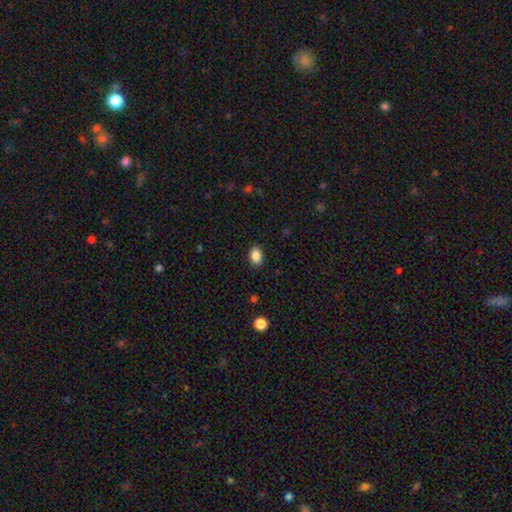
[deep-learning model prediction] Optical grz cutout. It shows a smooth galaxy with no disk features (88%) that is in between round and cigar-shaped (78%). Merging: none (89%).